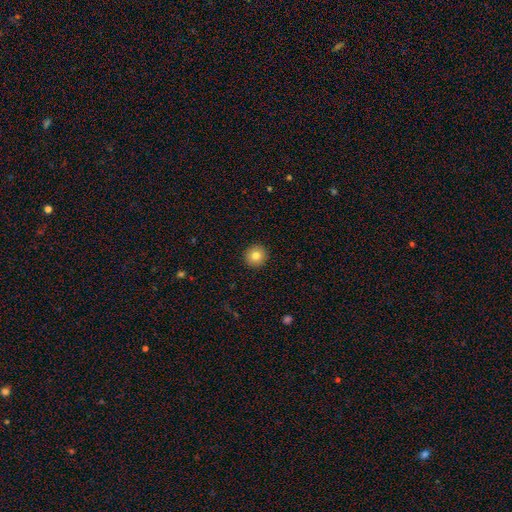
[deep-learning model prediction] A smooth galaxy with no disk features (81%) that is round (94%). Merging: none (93%).